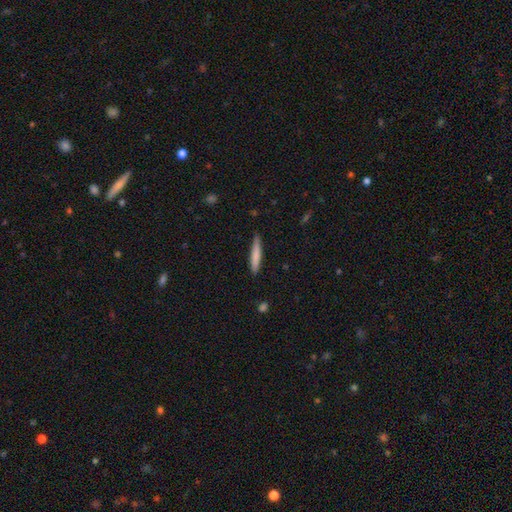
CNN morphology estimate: smooth_or_featured: smooth (p=0.77) [alt: featured or disk p=0.18]
how_rounded: cigar-shaped (p=0.92) [alt: in between p=0.07]
merging: none (p=0.85) [alt: minor disturbance p=0.12]